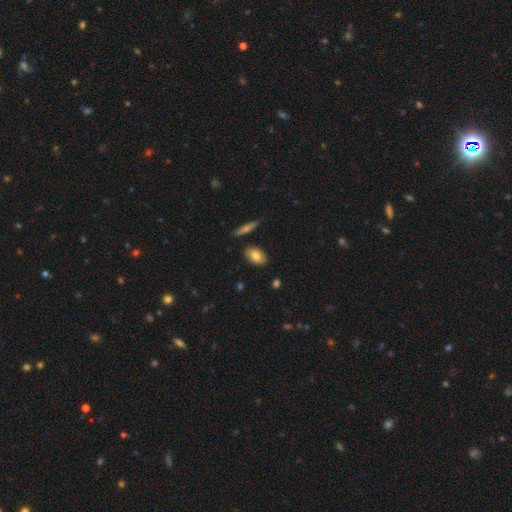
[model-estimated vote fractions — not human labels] This is likely a smooth galaxy (76%). How rounded: clearly in between (89%). Merging: clearly none (85%).